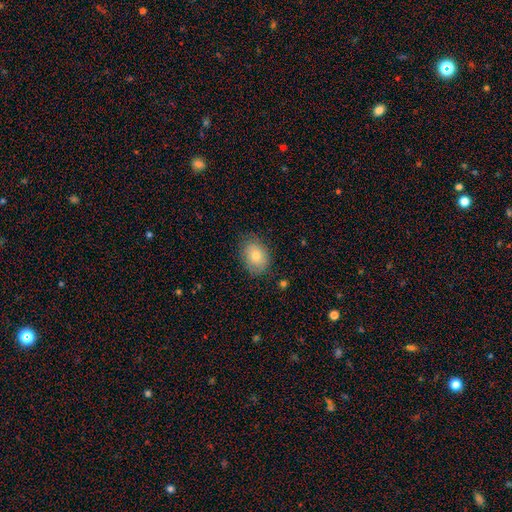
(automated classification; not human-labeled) A smooth galaxy with no disk features (79%) that is in between round and cigar-shaped (69%).

Vote fractions:
- Smooth or featured? smooth: 79% / featured or disk: 13% / star or artifact: 8%
- How rounded? in between: 69% / round: 30% / cigar-shaped: 1%
- Merging? none: 79% / minor disturbance: 16% / major disturbance: 4% / merger: 1%